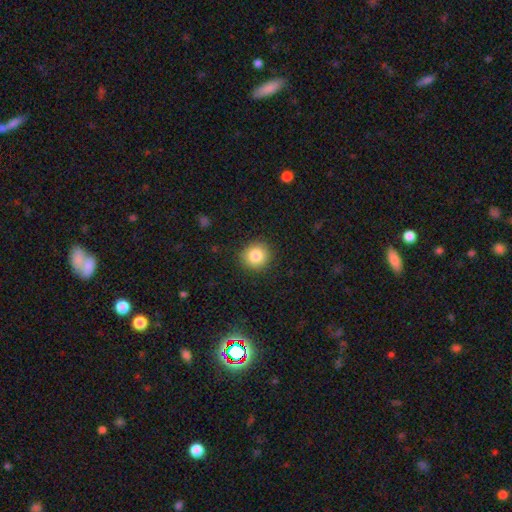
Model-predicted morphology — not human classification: Smooth or featured? smooth (84%)
How rounded? round (90%)
Merging? none (90%)